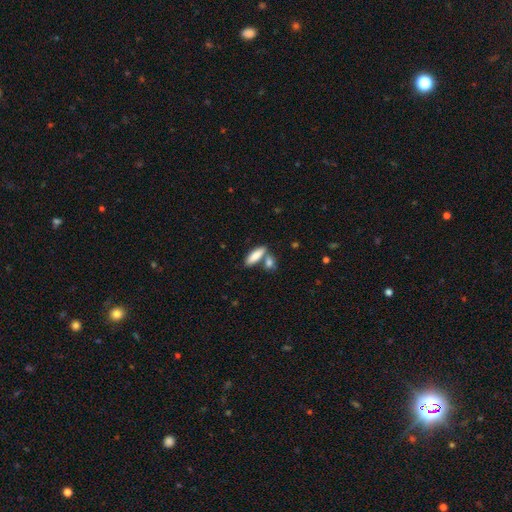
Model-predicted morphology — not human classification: Overall: smooth (84%). How rounded: in between (60%; cigar-shaped 37%). Merging: none (60%; merger 26%).